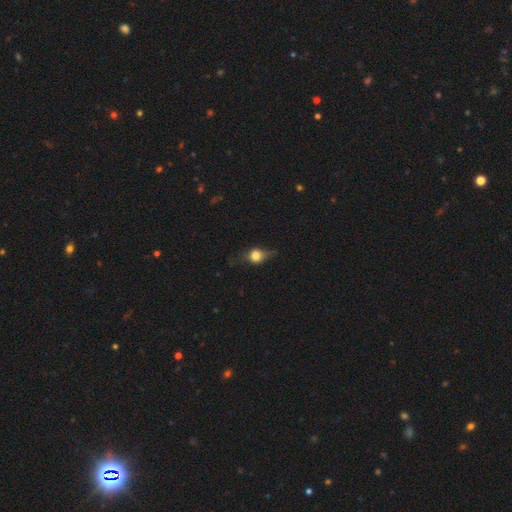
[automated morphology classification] A smooth galaxy with no disk features (54%) that is round (67%). Merging: none (58%).